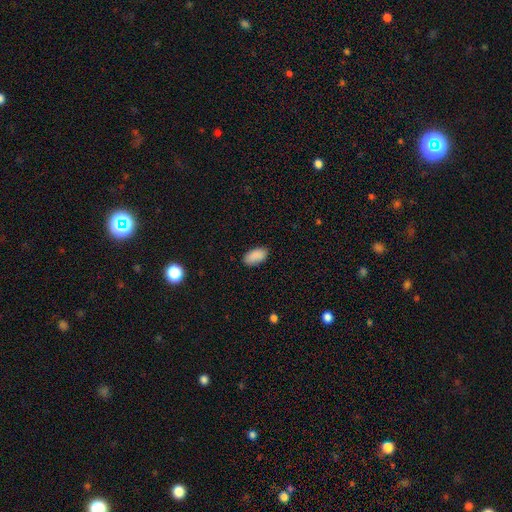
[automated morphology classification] Smooth or featured? smooth (89%)
How rounded? in between (95%)
Merging? none (85%)